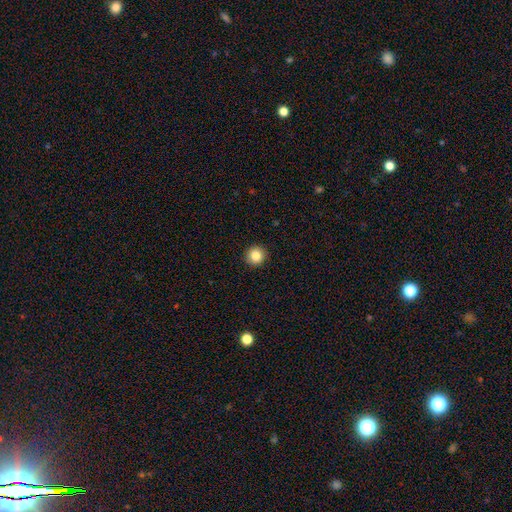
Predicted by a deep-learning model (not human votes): Morphology: type=smooth (85%); roundness=round (94%); merging=none (92%).